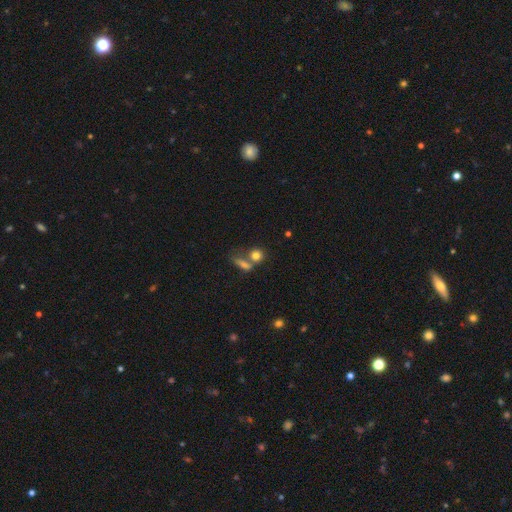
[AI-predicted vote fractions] smooth-or-featured: smooth: 78% | star or artifact: 11% | featured or disk: 11%
  how-rounded: round: 74% | in between: 22% | cigar-shaped: 5%
  merging: none: 44% | merger: 40% | minor disturbance: 10% | major disturbance: 6%